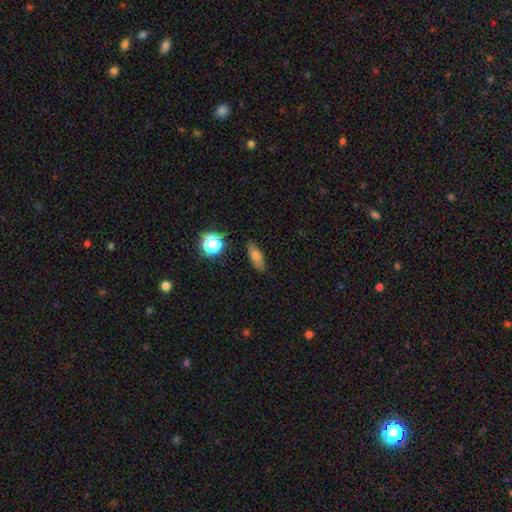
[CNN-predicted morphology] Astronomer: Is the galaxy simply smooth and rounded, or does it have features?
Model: smooth — 71%.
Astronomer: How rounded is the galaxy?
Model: in between — 66%.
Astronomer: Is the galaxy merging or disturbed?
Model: none — 81%.